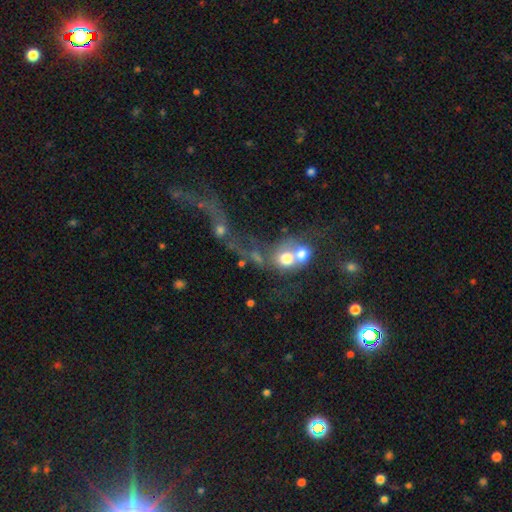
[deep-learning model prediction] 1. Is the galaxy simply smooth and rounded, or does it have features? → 44% smooth, 38% featured or disk, 18% star or artifact.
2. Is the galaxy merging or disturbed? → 65% merger, 16% major disturbance, 14% none, 6% minor disturbance.